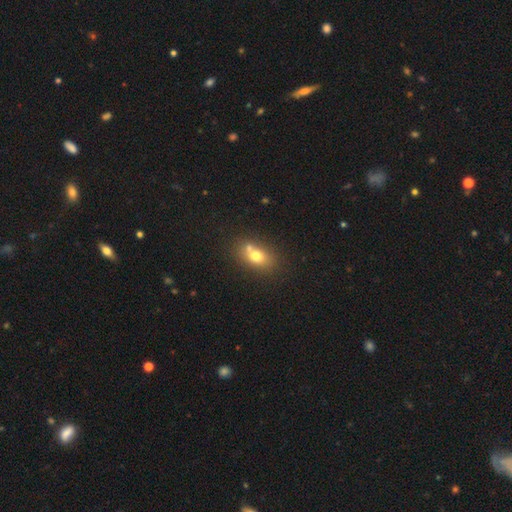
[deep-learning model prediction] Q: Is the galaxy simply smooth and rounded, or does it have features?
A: smooth — 71%.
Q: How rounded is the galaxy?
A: in between — 69%.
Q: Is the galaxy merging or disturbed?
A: none — 51%.